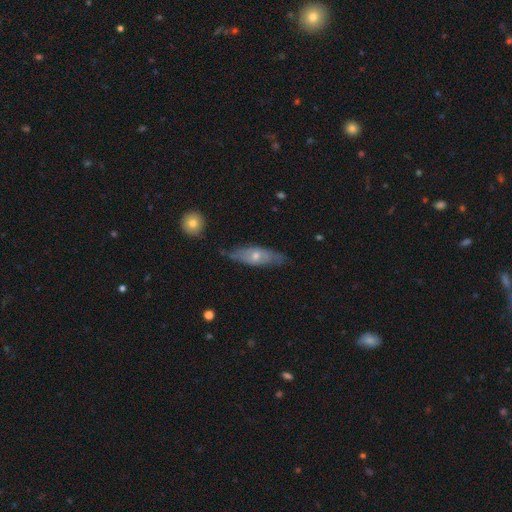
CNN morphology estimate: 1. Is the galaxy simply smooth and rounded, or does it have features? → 58% featured or disk, 35% smooth, 7% star or artifact.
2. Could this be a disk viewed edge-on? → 54% no, 46% yes.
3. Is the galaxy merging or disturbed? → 71% none, 22% minor disturbance, 5% major disturbance, 2% merger.